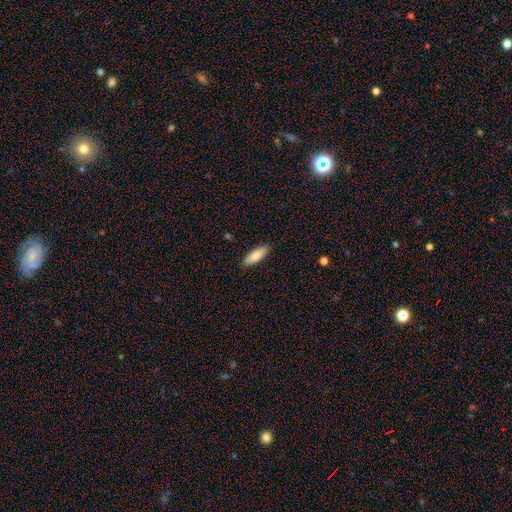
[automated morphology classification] Smooth or featured: smooth — 83% (featured or disk — 11%)
How rounded: in between — 59% (cigar-shaped — 39%)
Merging: none — 88% (minor disturbance — 10%)